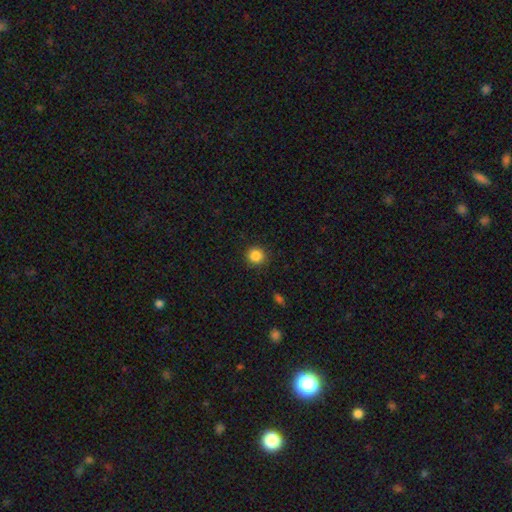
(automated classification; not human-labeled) Smooth or featured: smooth — 86% (star or artifact — 10%)
How rounded: round — 93% (in between — 6%)
Merging: none — 90% (minor disturbance — 7%)